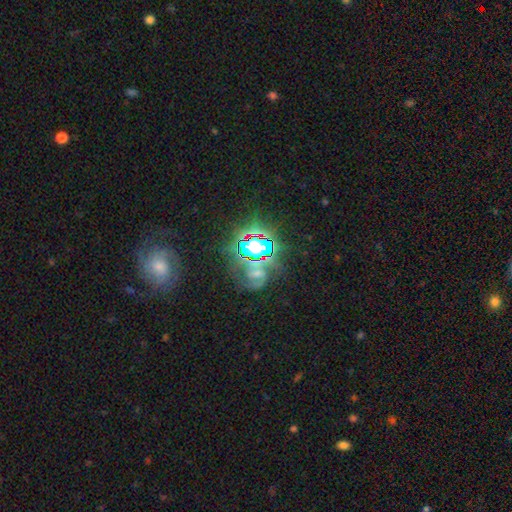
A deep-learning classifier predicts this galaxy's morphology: smooth_or_featured: star or artifact (p=0.77) [alt: smooth p=0.13]